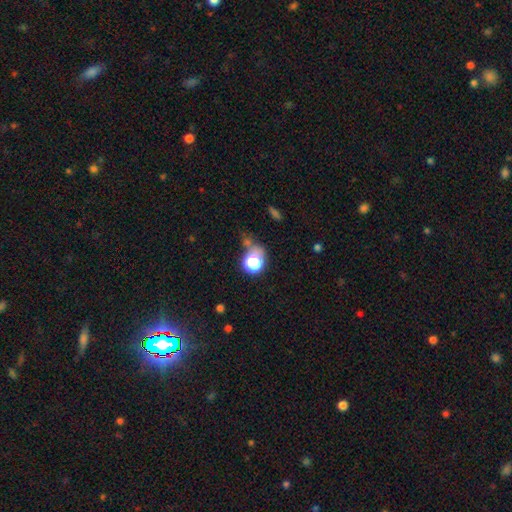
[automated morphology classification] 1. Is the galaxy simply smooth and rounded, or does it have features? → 58% smooth, 32% star or artifact, 10% featured or disk.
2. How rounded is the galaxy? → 75% round, 23% in between, 2% cigar-shaped.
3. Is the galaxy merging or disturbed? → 57% none, 15% merger, 15% minor disturbance, 12% major disturbance.